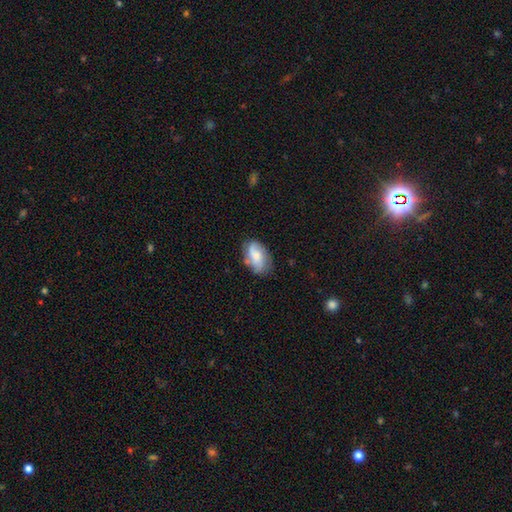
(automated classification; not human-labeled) smooth 49%, featured or disk 43%, star or artifact 8%. Down the decision tree: merging — none (61%).